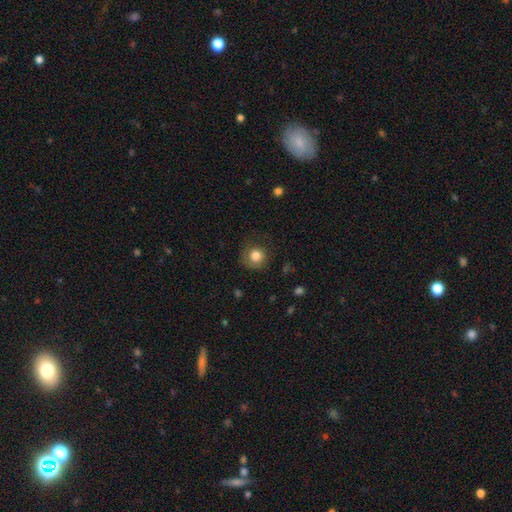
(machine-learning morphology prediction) Smooth or featured: smooth — 81% (star or artifact — 10%)
How rounded: round — 89% (in between — 10%)
Merging: none — 72% (minor disturbance — 18%)